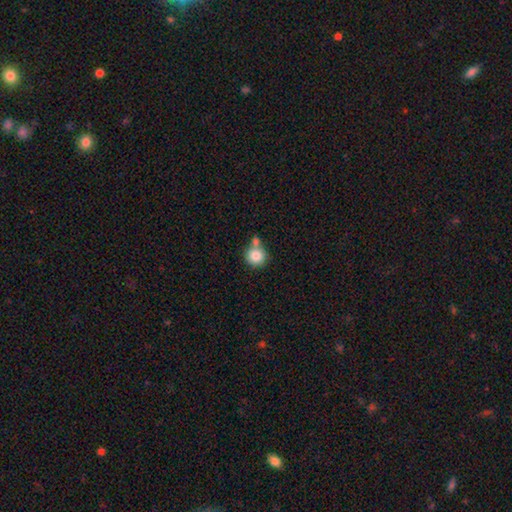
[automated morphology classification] type=smooth (83%); roundness=round (90%); merging=none (53%).